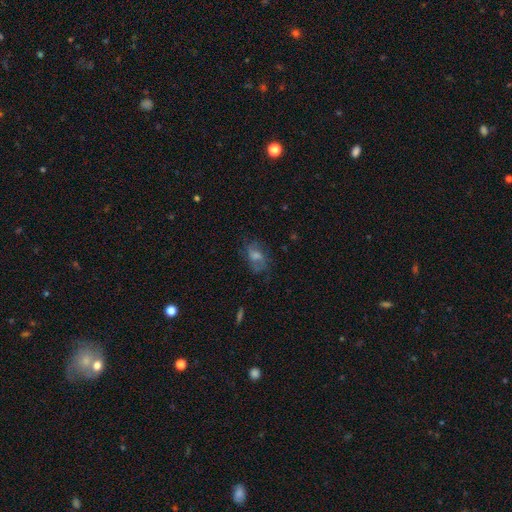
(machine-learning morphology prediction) The model was most divided on "smooth or featured": smooth: 45%, featured or disk: 43%, star or artifact: 12%. More confident: merging — none (58%).